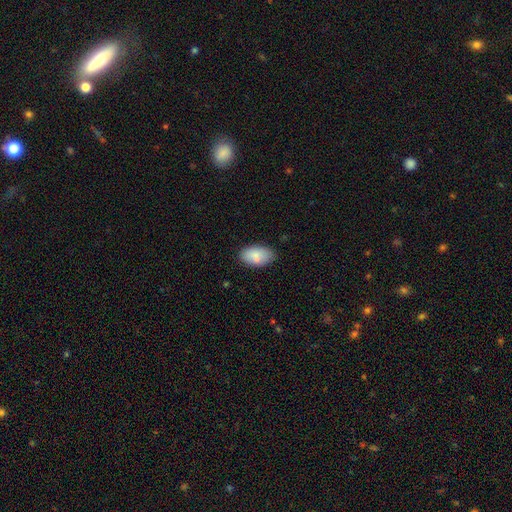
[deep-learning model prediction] Smooth or featured? Predicted: smooth (p=0.83). How rounded? Predicted: in between (p=0.94). Merging? Predicted: none (p=0.76).